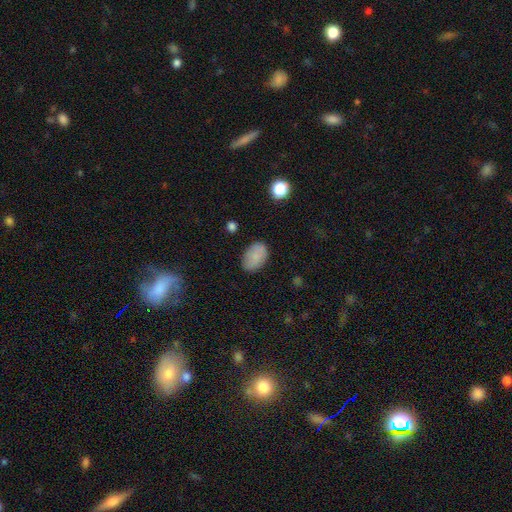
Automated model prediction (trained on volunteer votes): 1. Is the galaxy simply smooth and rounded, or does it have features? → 86% smooth, 8% star or artifact, 6% featured or disk.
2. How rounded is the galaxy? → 89% in between, 10% round, 1% cigar-shaped.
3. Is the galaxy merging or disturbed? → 82% none, 13% minor disturbance, 3% major disturbance, 1% merger.